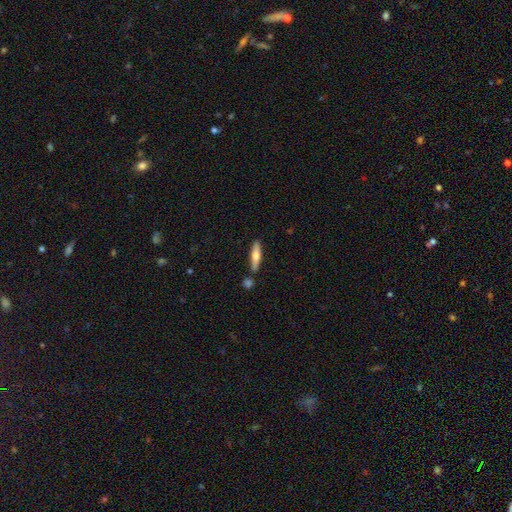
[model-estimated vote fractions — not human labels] The model was most divided on "smooth or featured": smooth: 56%, featured or disk: 38%, star or artifact: 5%. More confident: merging — none (81%); how rounded — cigar-shaped (78%).